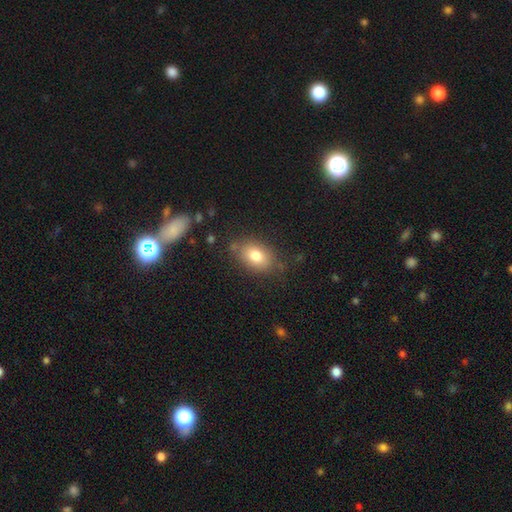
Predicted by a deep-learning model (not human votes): Smooth or featured: smooth — 80% (featured or disk — 12%)
How rounded: in between — 83% (round — 15%)
Merging: none — 74% (minor disturbance — 18%)